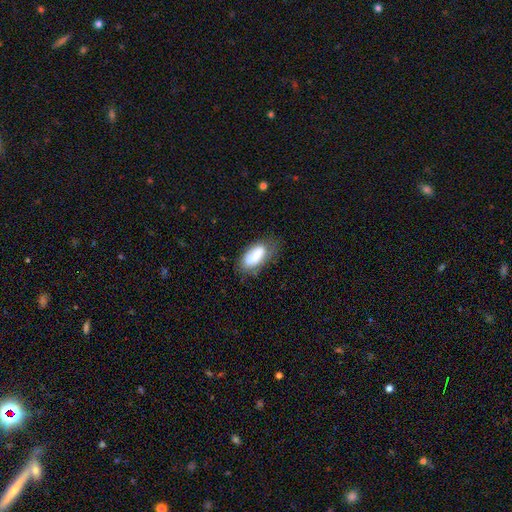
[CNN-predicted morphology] This appears to be a smooth galaxy with no disk features (71%) that is in between round and cigar-shaped (90%). Merging: none (56%).